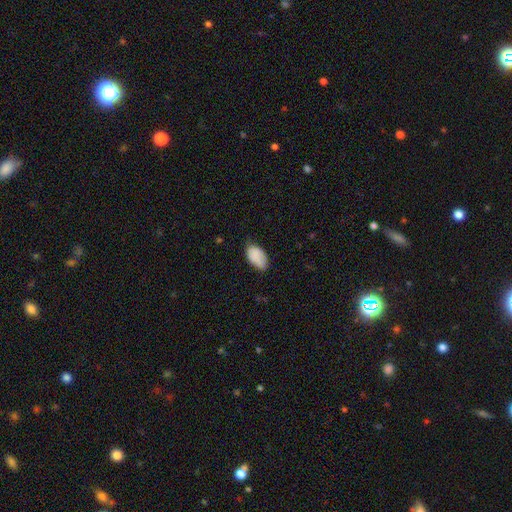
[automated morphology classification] smooth_or_featured: smooth (p=0.82) [alt: featured or disk p=0.10]
how_rounded: in between (p=0.93) [alt: round p=0.05]
merging: none (p=0.59) [alt: minor disturbance p=0.32]